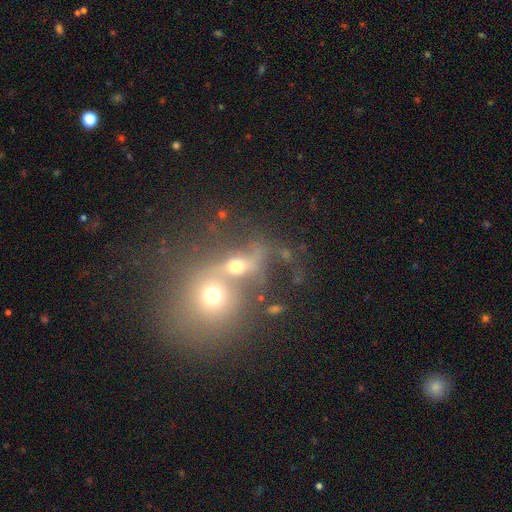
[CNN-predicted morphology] Smooth or featured? smooth (47%)
Merging? merger (68%)